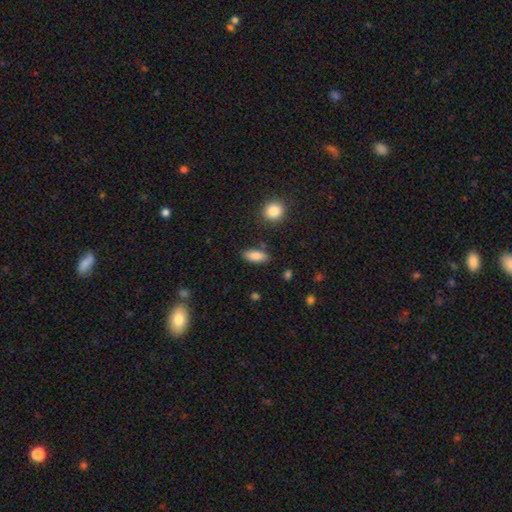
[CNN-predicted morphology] Smooth or featured: smooth — 86% (star or artifact — 7%)
How rounded: in between — 85% (cigar-shaped — 11%)
Merging: none — 82% (minor disturbance — 12%)